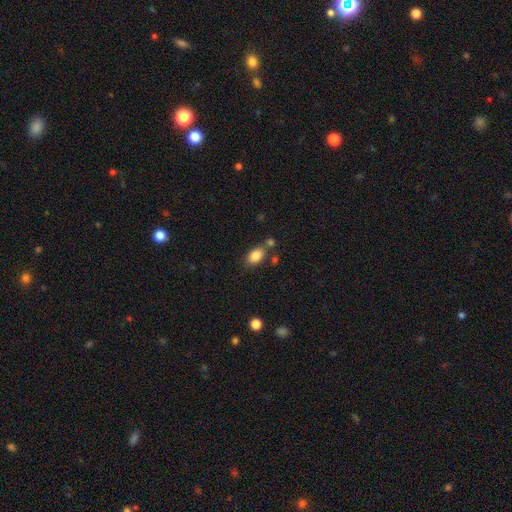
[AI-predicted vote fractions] Smooth or featured: smooth — 84% (star or artifact — 9%)
How rounded: in between — 86% (round — 12%)
Merging: none — 65% (merger — 17%)